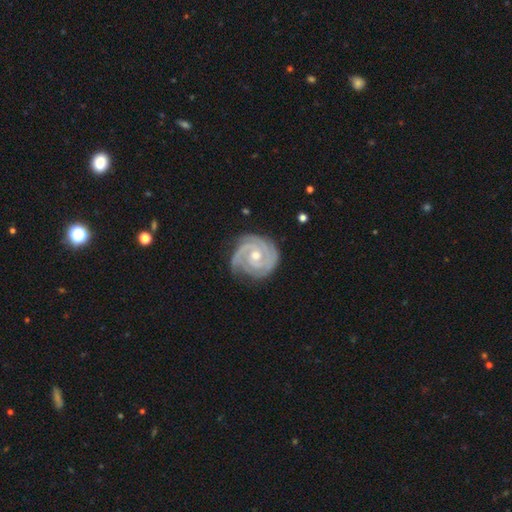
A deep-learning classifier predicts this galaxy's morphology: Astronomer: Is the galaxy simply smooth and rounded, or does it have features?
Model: featured or disk — 91%.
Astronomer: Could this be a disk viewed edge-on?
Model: no — 98%.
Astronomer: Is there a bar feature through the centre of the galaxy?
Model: no — 63%.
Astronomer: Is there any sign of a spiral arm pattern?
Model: yes — 98%.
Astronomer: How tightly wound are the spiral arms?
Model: tight — 79%.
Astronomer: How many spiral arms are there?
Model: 3 — 37% (runner-up: 2, 35%).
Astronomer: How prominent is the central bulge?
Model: moderate — 68%.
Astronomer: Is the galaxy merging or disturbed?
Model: none — 75%.